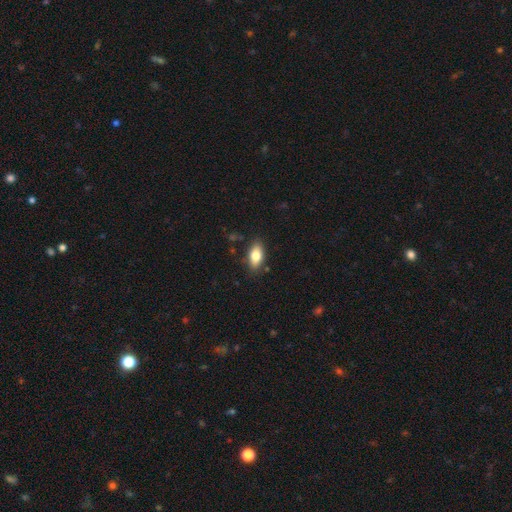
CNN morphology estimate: type=smooth (79%); roundness=in between (89%); merging=none (84%).